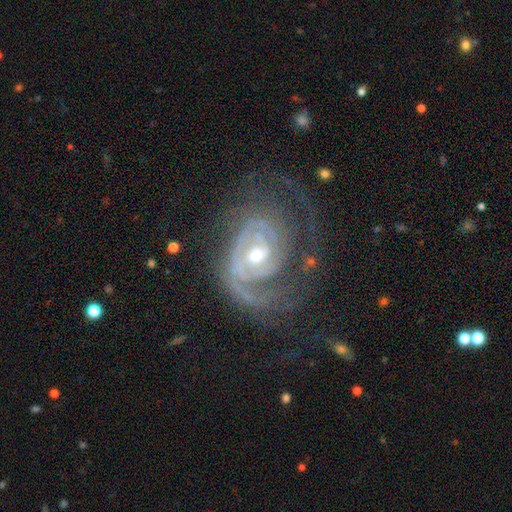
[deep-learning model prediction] featured or disk 89%, smooth 5%, star or artifact 5%. Down the decision tree: edge-on disk — no (97%); bar — no (57%); spiral arms — yes (95%); spiral arm count — 2 (36%); spiral winding — tight (66%); bulge size — moderate (61%); merging — none (57%).